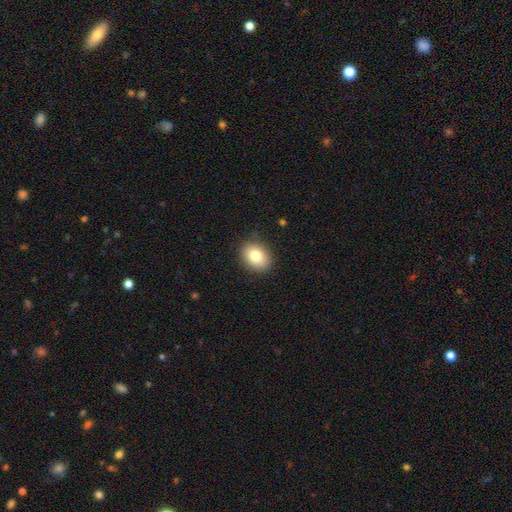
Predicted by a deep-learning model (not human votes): The model was most divided on "how rounded": in between: 56%, round: 43%, cigar-shaped: 1%. More confident: merging — none (87%); smooth or featured — smooth (81%).